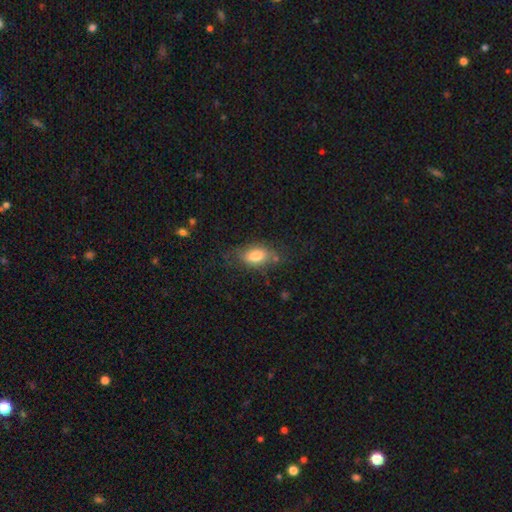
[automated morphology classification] Q: Smooth or featured?
A: smooth (75%); runner-up: featured or disk (16%)
Q: How rounded?
A: in between (87%); runner-up: round (9%)
Q: Merging?
A: none (63%); runner-up: minor disturbance (24%)